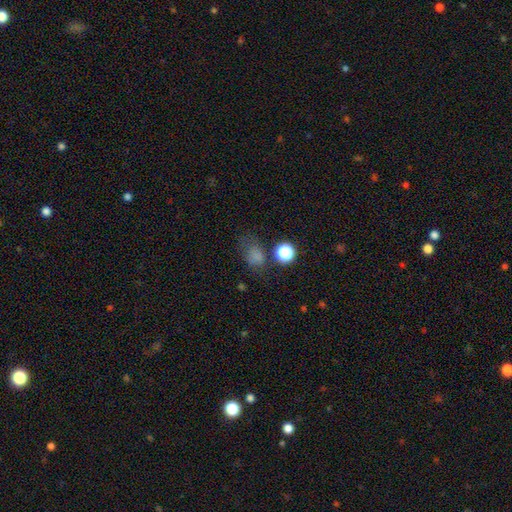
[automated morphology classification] smooth-or-featured: smooth: 69% | star or artifact: 22% | featured or disk: 9%
  how-rounded: in between: 53% | round: 45% | cigar-shaped: 2%
  merging: none: 52% | minor disturbance: 24% | major disturbance: 17% | merger: 7%